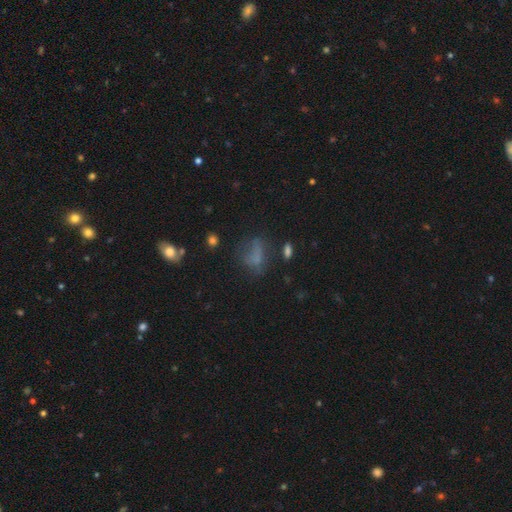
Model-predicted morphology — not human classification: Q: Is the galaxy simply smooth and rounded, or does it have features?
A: smooth — 57%.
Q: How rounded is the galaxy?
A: in between — 68%.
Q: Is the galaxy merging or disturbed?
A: none — 43%.